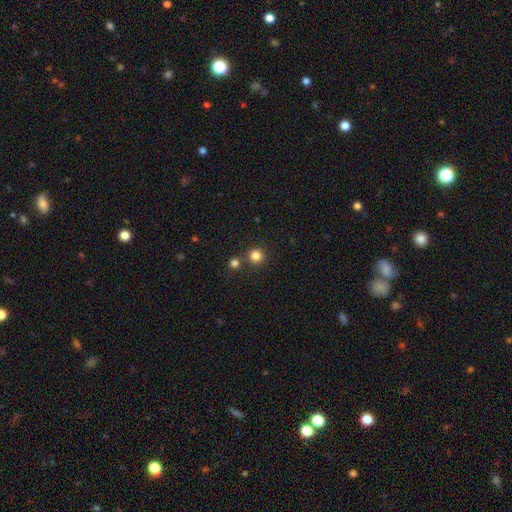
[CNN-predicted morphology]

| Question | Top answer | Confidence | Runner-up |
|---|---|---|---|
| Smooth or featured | smooth | 82% | star or artifact (14%) |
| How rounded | round | 92% | in between (7%) |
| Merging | none | 77% | merger (13%) |